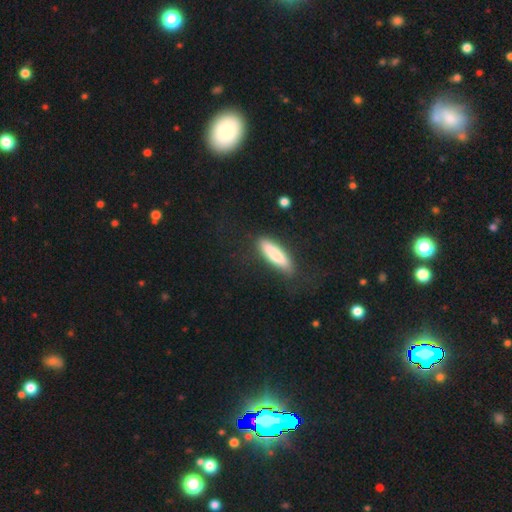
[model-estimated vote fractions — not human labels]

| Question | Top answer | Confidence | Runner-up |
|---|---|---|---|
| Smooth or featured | smooth | 49% | featured or disk (31%) |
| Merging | none | 76% | minor disturbance (15%) |